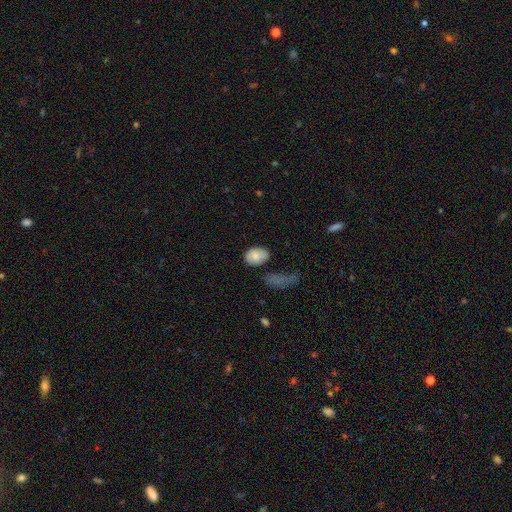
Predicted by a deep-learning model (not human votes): Smooth or featured: smooth — 78% (featured or disk — 14%)
How rounded: in between — 80% (round — 19%)
Merging: none — 65% (minor disturbance — 22%)